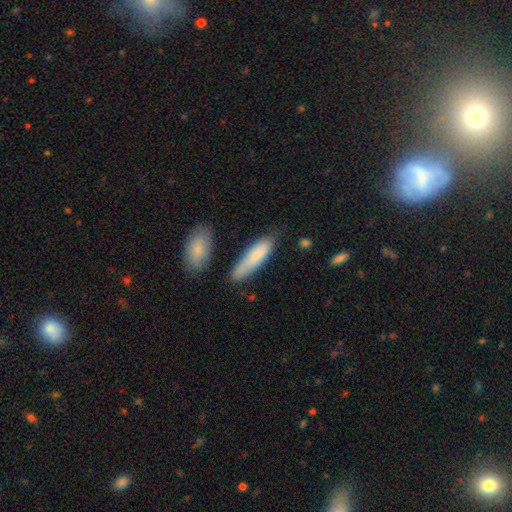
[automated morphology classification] Smooth or featured: smooth — 79% (featured or disk — 15%)
How rounded: cigar-shaped — 59% (in between — 39%)
Merging: none — 64% (minor disturbance — 24%)